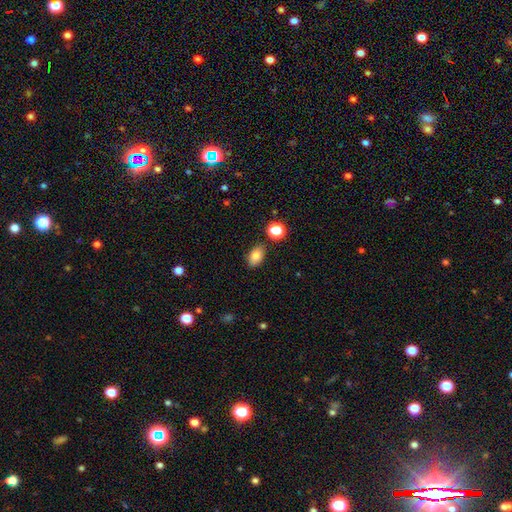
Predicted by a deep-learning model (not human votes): Smooth or featured? Predicted: smooth (p=0.82). How rounded? Predicted: in between (p=0.85). Merging? Predicted: none (p=0.84).